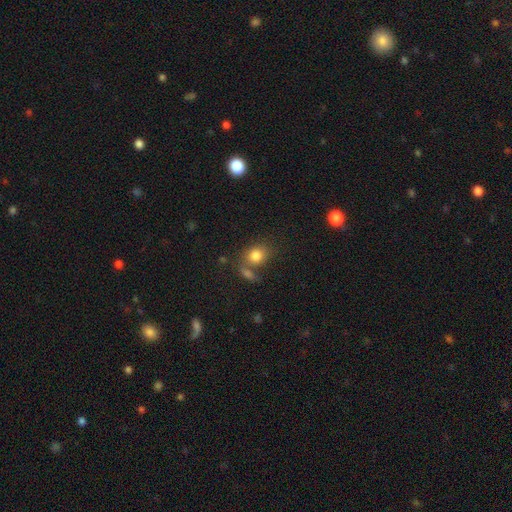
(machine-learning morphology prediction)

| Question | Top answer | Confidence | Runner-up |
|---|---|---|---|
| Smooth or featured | smooth | 82% | star or artifact (10%) |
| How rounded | round | 58% | in between (41%) |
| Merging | none | 52% | merger (28%) |